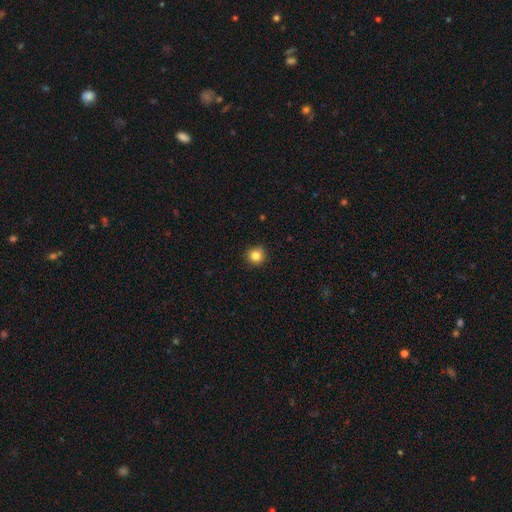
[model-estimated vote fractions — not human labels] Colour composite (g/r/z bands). It shows a smooth galaxy with no disk features (84%) that is round (93%). Merging: none (90%).